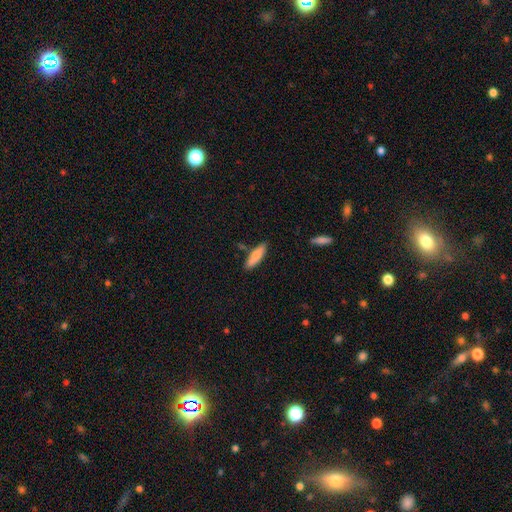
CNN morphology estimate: A smooth galaxy with no disk features (77%) that is cigar-shaped (60%). Merging: none (80%).